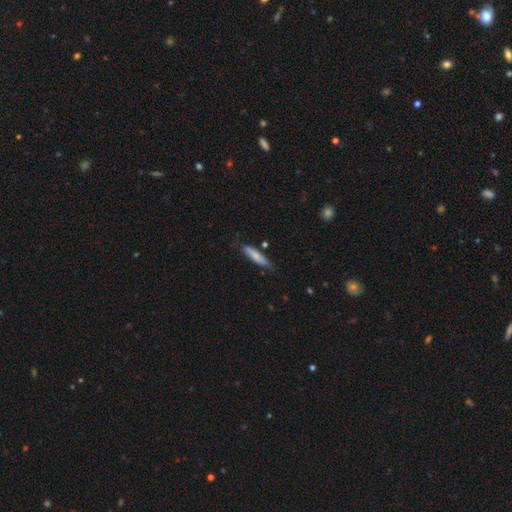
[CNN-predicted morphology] Smooth or featured? Predicted: smooth (p=0.71). How rounded? Predicted: cigar-shaped (p=0.82). Merging? Predicted: none (p=0.77).